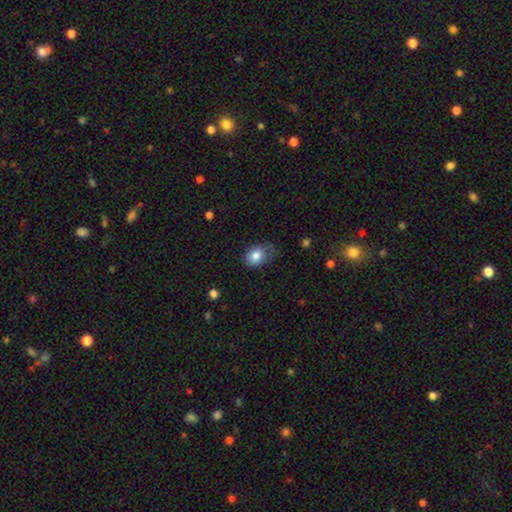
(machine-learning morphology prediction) smooth_or_featured: smooth (p=0.84) [alt: star or artifact p=0.08]
how_rounded: in between (p=0.70) [alt: round p=0.29]
merging: none (p=0.50) [alt: minor disturbance p=0.33]